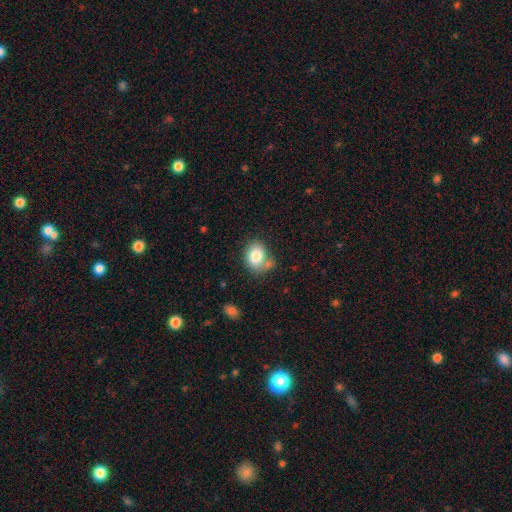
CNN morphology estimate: type=smooth (81%); roundness=in between (50%); merging=none (55%).